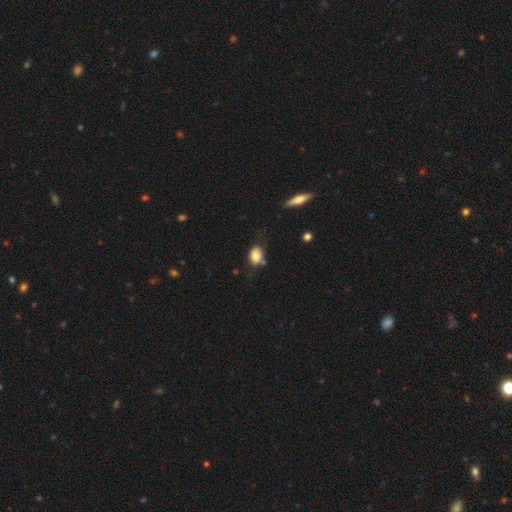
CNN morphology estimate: Smooth or featured: smooth — 79% (featured or disk — 12%)
How rounded: in between — 71% (round — 27%)
Merging: none — 63% (minor disturbance — 24%)